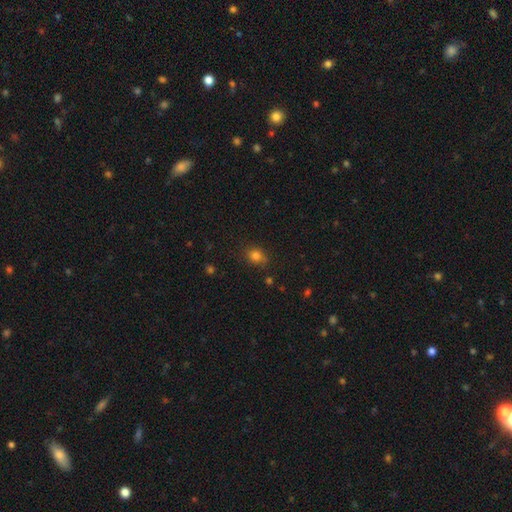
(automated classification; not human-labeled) This appears to be a smooth galaxy with no disk features (80%) that is round (57%). Merging: none (72%).